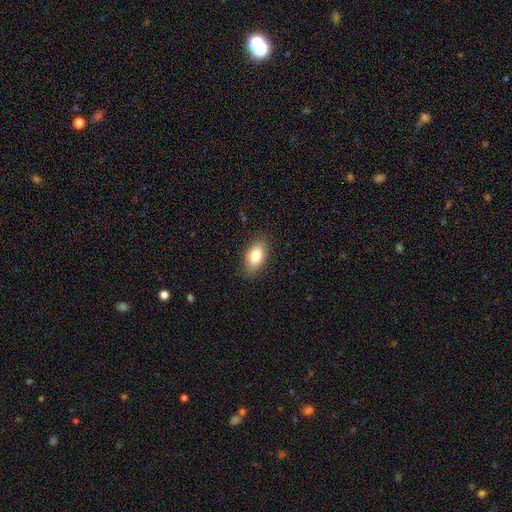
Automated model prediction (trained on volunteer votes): Smooth or featured? Predicted: smooth (p=0.83). How rounded? Predicted: in between (p=0.91). Merging? Predicted: none (p=0.86).